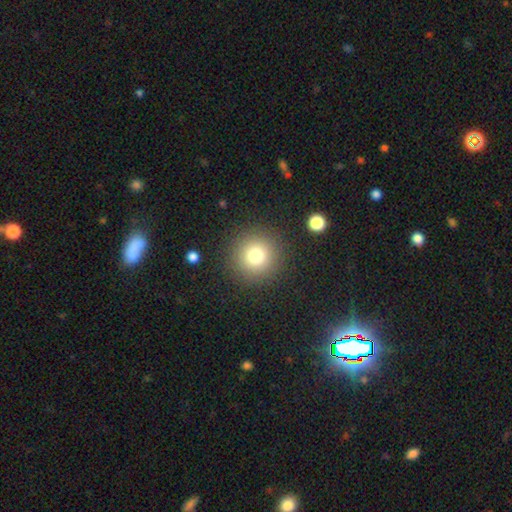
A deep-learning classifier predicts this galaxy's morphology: Smooth or featured? smooth (77%)
How rounded? round (95%)
Merging? none (90%)